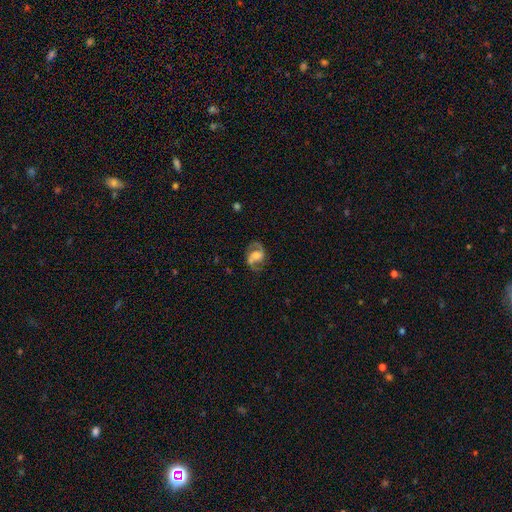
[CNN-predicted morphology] Smooth or featured? Predicted: featured or disk (p=0.78). Edge-on disk? Predicted: no (p=0.97). Bar? Predicted: no (p=0.44). Spiral arms? Predicted: yes (p=0.93). Spiral winding? Predicted: medium (p=0.53). Spiral arm count? Predicted: 2 (p=0.89). Bulge size? Predicted: moderate (p=0.52). Merging? Predicted: none (p=0.73).